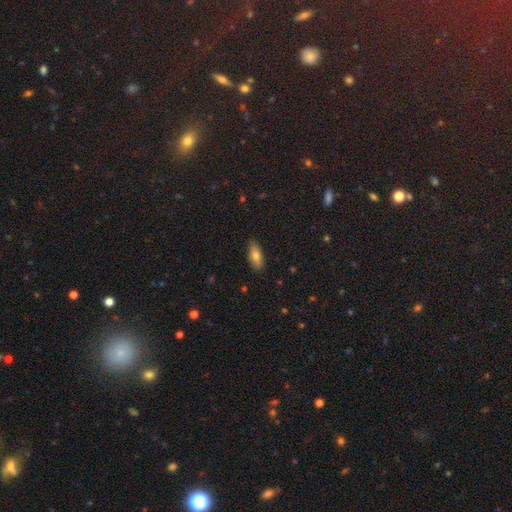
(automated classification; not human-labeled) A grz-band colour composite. It shows a smooth galaxy with no disk features (73%) that is in between round and cigar-shaped (78%). Merging: none (86%).